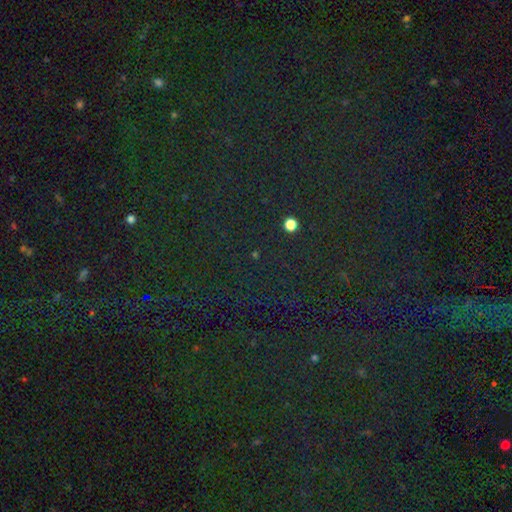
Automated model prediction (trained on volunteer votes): A star or artifact, not a galaxy (79%).

Vote fractions:
- Smooth or featured? star or artifact: 79% / smooth: 13% / featured or disk: 8%